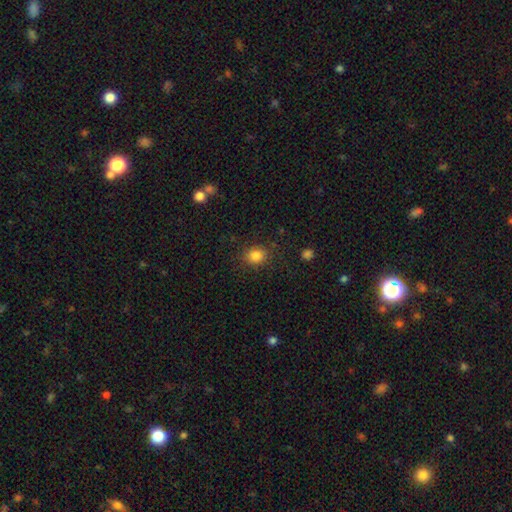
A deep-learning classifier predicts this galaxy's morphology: The model was most divided on "how rounded": round: 57%, in between: 42%, cigar-shaped: 1%. More confident: smooth or featured — smooth (84%); merging — none (83%).